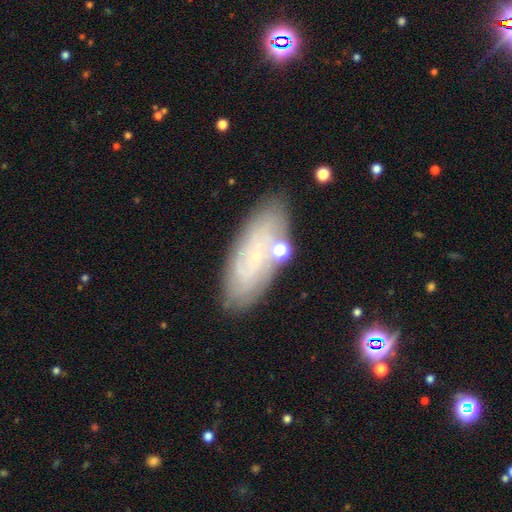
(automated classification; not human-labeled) The model was most divided on "smooth or featured": featured or disk: 59%, smooth: 30%, star or artifact: 10%. More confident: edge-on disk — no (87%); bulge size — small (83%); spiral arms — yes (79%); merging — none (77%); bar — no (74%).